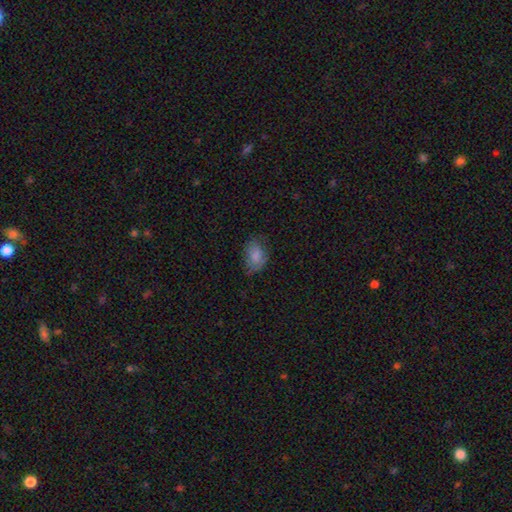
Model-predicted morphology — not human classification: Smooth or featured: smooth — 79% (featured or disk — 12%)
How rounded: in between — 86% (round — 13%)
Merging: none — 61% (minor disturbance — 28%)